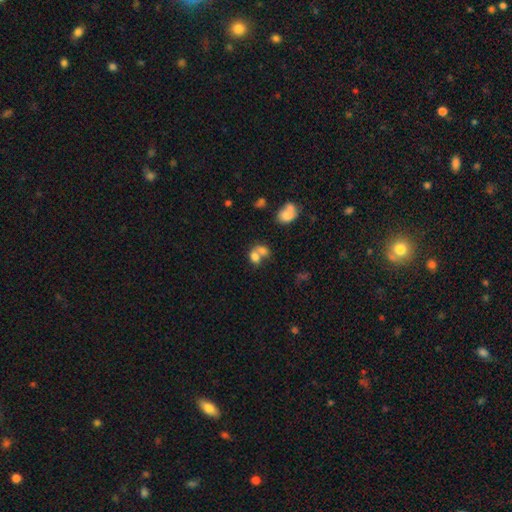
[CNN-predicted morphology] smooth_or_featured: smooth (p=0.74) [alt: featured or disk p=0.14]
how_rounded: in between (p=0.60) [alt: round p=0.38]
merging: merger (p=0.64) [alt: none p=0.23]